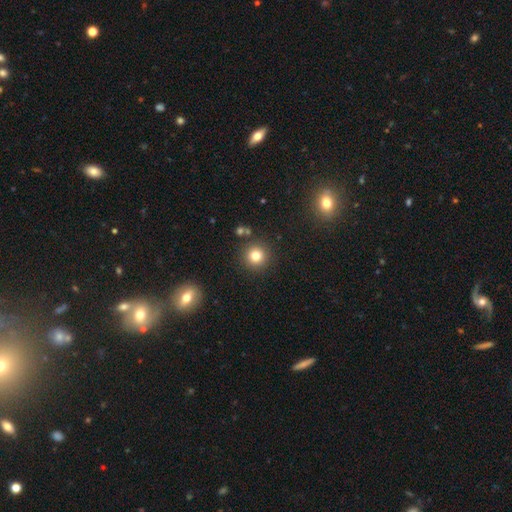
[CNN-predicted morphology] type=smooth (80%); roundness=round (94%); merging=none (87%).